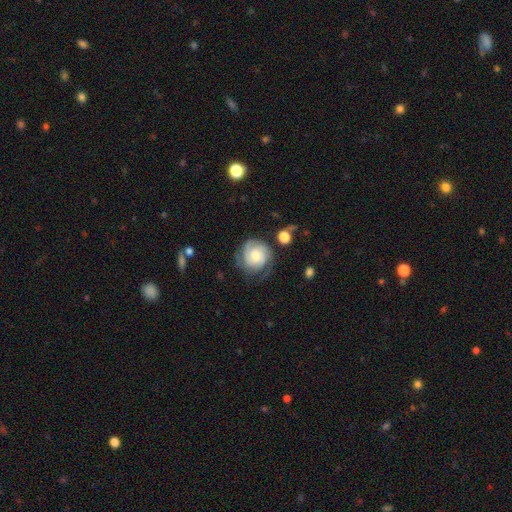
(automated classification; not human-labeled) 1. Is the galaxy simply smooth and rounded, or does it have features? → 70% featured or disk, 23% smooth, 7% star or artifact.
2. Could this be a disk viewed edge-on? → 98% no, 2% yes.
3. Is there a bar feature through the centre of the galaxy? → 64% no, 31% weak, 5% strong.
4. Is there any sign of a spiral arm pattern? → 94% yes, 6% no.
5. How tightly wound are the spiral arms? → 62% tight, 30% medium, 8% loose.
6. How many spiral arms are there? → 44% 2, 23% can't tell, 20% 3, 6% 1, 4% 4, 3% more than 4.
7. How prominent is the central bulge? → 48% moderate, 32% small, 12% large, 6% none, 2% dominant.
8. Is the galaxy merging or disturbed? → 67% none, 21% minor disturbance, 10% major disturbance, 3% merger.